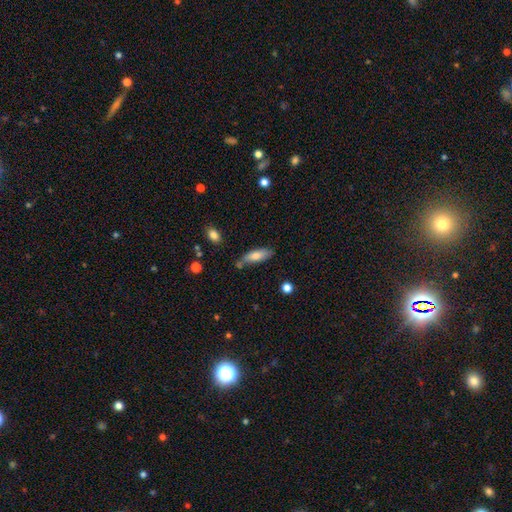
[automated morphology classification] This is likely a smooth galaxy (73%). How rounded: likely in between (60%). Merging: likely none (63%).